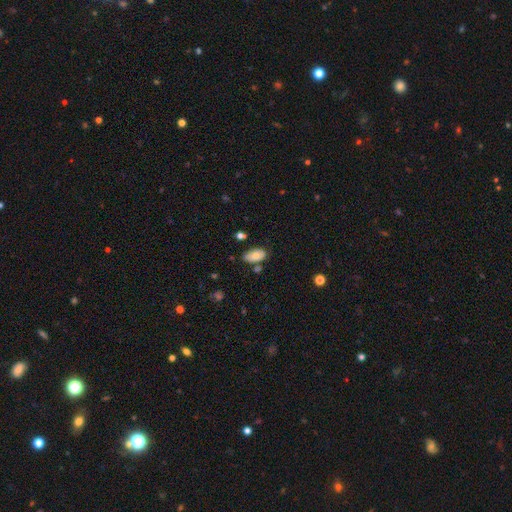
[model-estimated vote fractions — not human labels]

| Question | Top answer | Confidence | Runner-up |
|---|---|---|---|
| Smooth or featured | smooth | 78% | featured or disk (14%) |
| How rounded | in between | 94% | round (4%) |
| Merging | none | 66% | minor disturbance (21%) |